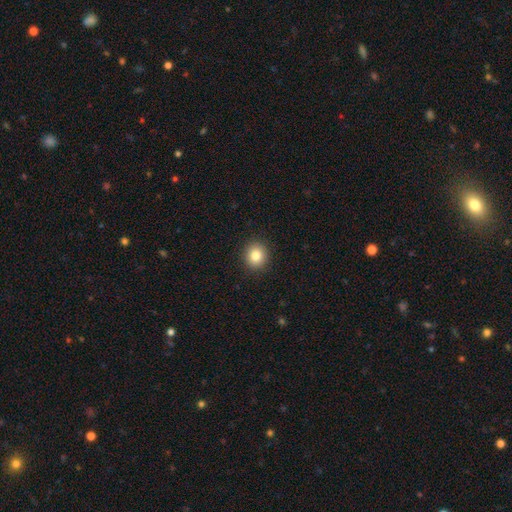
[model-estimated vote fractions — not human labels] smooth_or_featured: smooth (p=0.83) [alt: star or artifact p=0.10]
how_rounded: round (p=0.84) [alt: in between p=0.15]
merging: none (p=0.91) [alt: minor disturbance p=0.06]